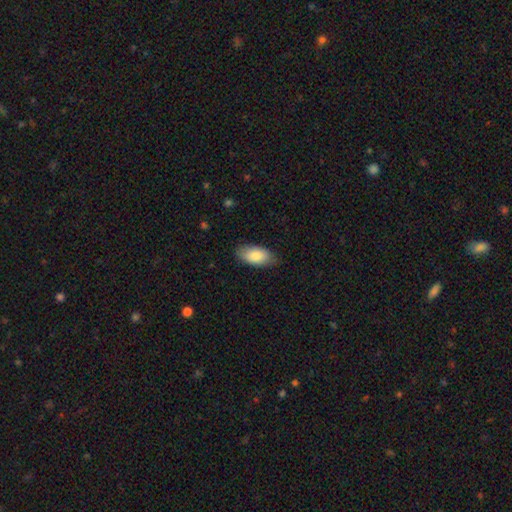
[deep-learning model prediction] smooth 83%, featured or disk 11%, star or artifact 6%. Down the decision tree: how rounded — in between (93%); merging — none (81%).